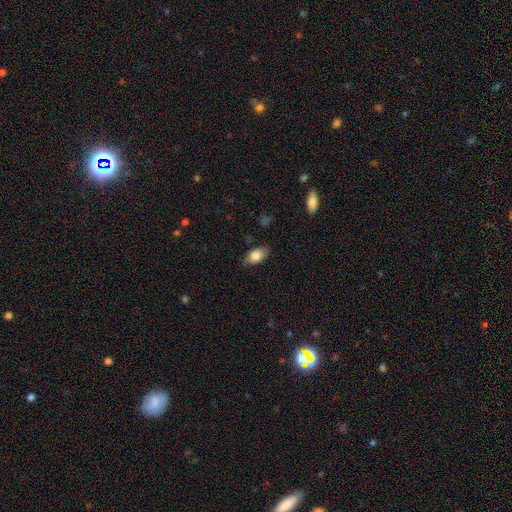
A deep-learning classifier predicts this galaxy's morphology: smooth-or-featured: smooth: 79% | featured or disk: 14% | star or artifact: 7%
  how-rounded: in between: 90% | round: 6% | cigar-shaped: 5%
  merging: none: 79% | minor disturbance: 16% | major disturbance: 3% | merger: 1%